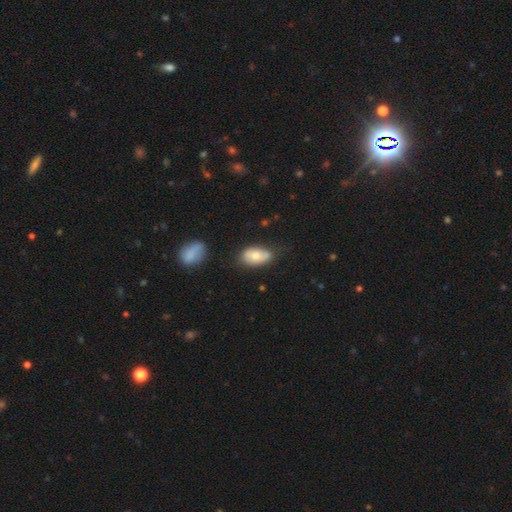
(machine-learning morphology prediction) smooth 67%, featured or disk 26%, star or artifact 7%. Down the decision tree: how rounded — in between (92%); merging — none (66%).